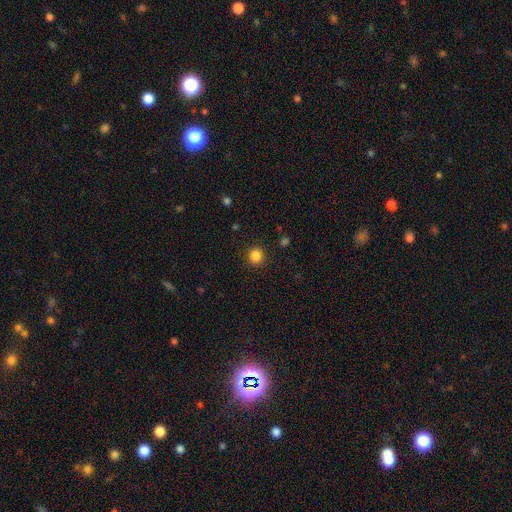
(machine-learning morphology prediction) A smooth galaxy with no disk features (86%) that is round (92%). Merging: none (91%).